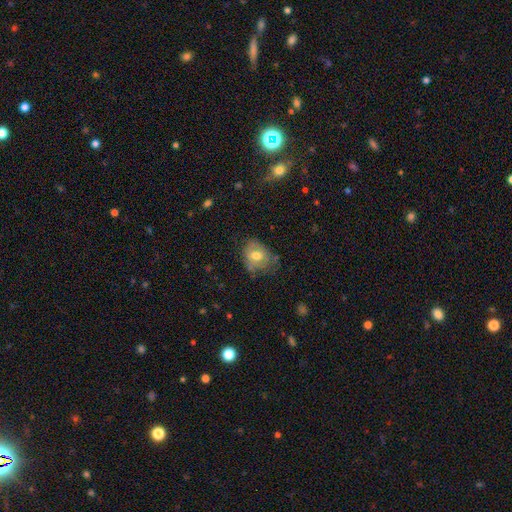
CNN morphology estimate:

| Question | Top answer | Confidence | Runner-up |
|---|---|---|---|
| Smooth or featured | smooth | 61% | featured or disk (31%) |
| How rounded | round | 52% | in between (47%) |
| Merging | none | 57% | minor disturbance (30%) |